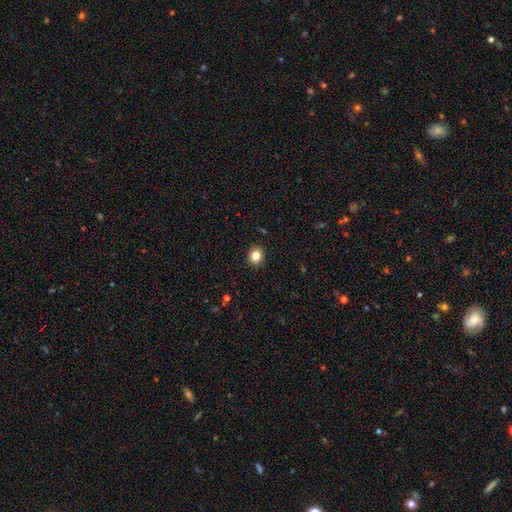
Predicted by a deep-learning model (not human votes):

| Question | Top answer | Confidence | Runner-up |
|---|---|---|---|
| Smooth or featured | smooth | 83% | star or artifact (12%) |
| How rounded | round | 80% | in between (19%) |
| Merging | none | 92% | minor disturbance (6%) |